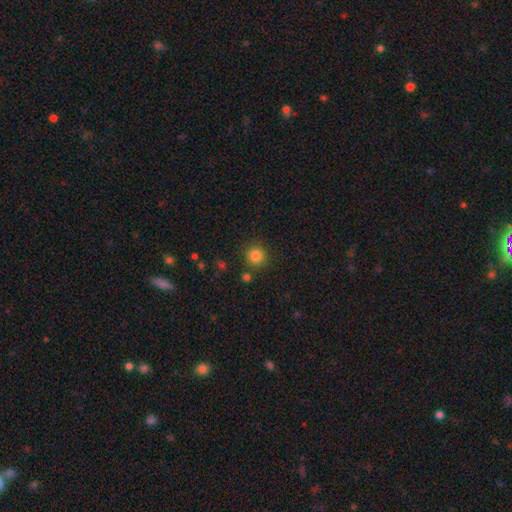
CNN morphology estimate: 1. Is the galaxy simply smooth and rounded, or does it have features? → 84% smooth, 11% star or artifact, 4% featured or disk.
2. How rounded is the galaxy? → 92% round, 7% in between, 1% cigar-shaped.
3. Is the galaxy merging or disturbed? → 85% none, 7% minor disturbance, 4% merger, 3% major disturbance.